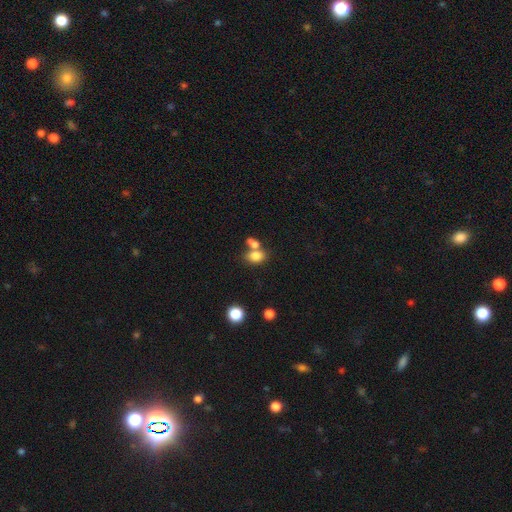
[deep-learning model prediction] Smooth or featured? Predicted: smooth (p=0.79). How rounded? Predicted: in between (p=0.75). Merging? Predicted: merger (p=0.45).